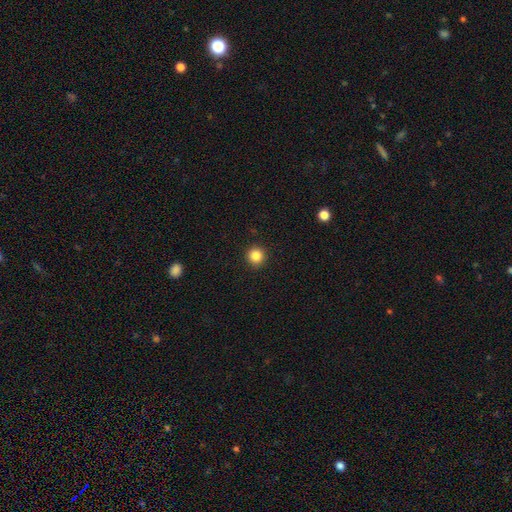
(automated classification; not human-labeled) Smooth or featured: smooth — 85% (star or artifact — 11%)
How rounded: round — 94% (in between — 6%)
Merging: none — 92% (minor disturbance — 5%)